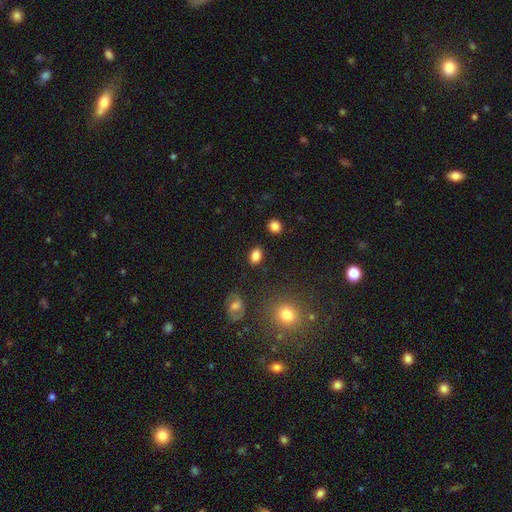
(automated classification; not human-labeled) A smooth galaxy with no disk features (85%) that is in between round and cigar-shaped (75%). Merging: none (85%).